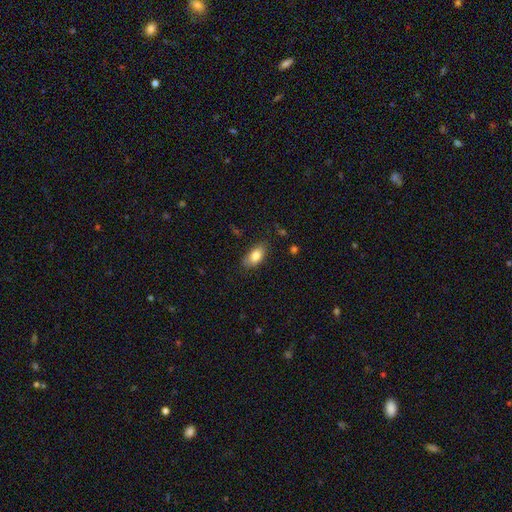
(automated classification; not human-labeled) smooth 83%, featured or disk 10%, star or artifact 7%. Down the decision tree: how rounded — in between (91%); merging — none (78%).